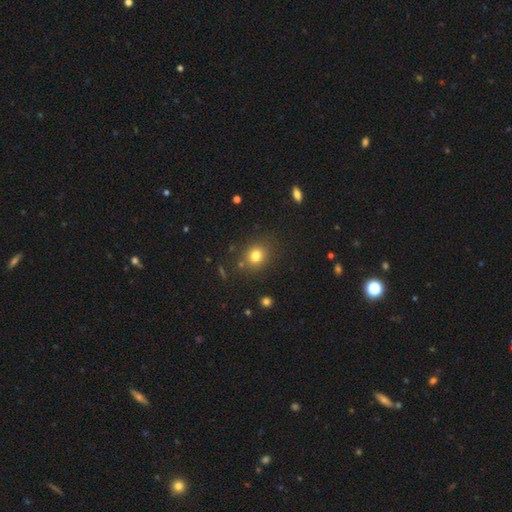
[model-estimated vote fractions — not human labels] Smooth or featured: smooth — 77% (star or artifact — 15%)
How rounded: round — 74% (in between — 25%)
Merging: none — 80% (minor disturbance — 11%)